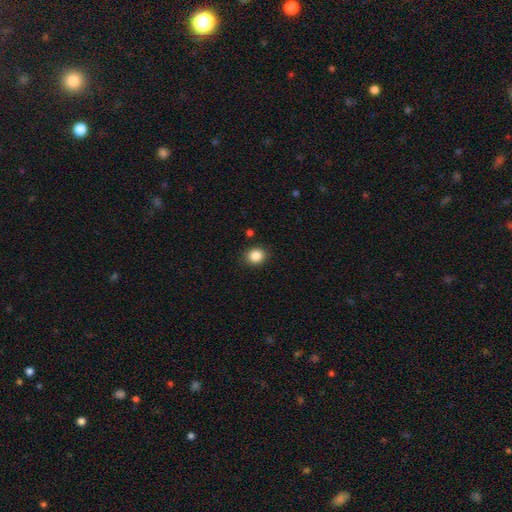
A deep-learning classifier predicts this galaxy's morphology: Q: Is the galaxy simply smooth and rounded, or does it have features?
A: smooth — 86%.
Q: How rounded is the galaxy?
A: round — 70%.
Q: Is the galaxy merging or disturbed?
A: none — 88%.